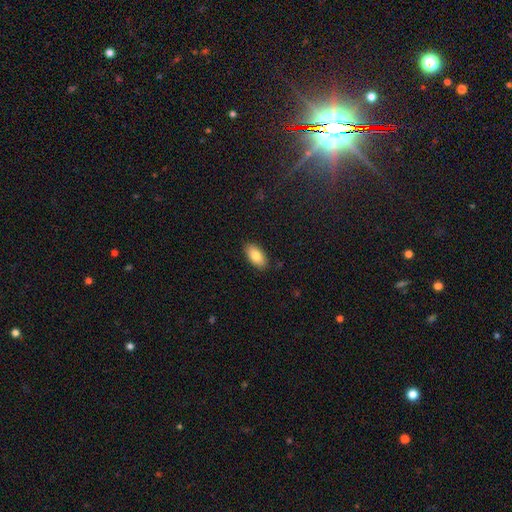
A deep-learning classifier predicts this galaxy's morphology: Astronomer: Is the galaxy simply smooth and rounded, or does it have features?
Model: smooth — 83%.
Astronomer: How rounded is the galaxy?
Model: in between — 93%.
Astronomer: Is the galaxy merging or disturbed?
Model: none — 87%.